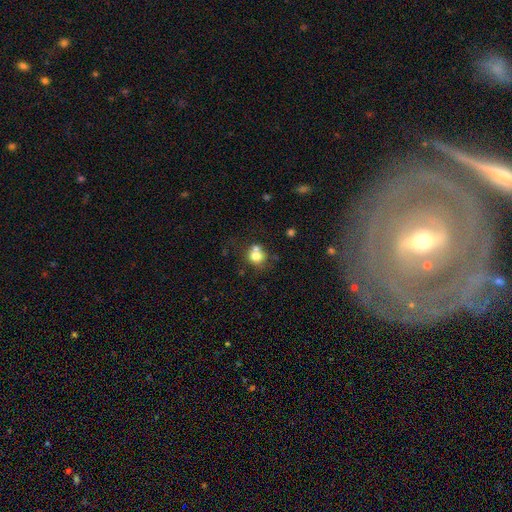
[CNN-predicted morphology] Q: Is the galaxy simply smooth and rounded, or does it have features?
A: smooth — 75%.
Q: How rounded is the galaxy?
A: round — 82%.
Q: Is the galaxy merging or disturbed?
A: none — 50%.